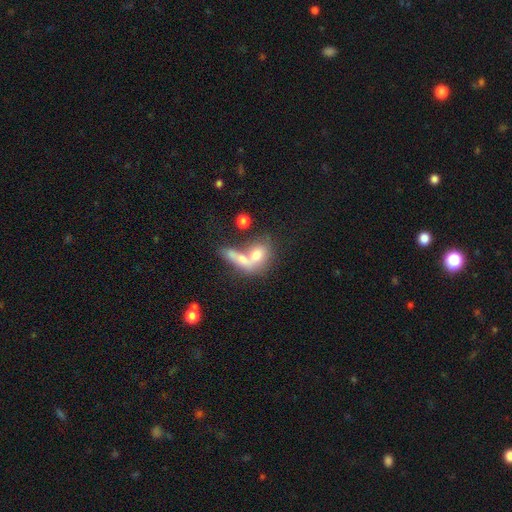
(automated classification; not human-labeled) Smooth or featured?
  - smooth: 64% *
  - featured or disk: 26%
  - star or artifact: 10%
How rounded?
  - in between: 61% *
  - round: 28%
  - cigar-shaped: 11%
Merging?
  - merger: 62% *
  - none: 22%
  - major disturbance: 8%
  - minor disturbance: 8%